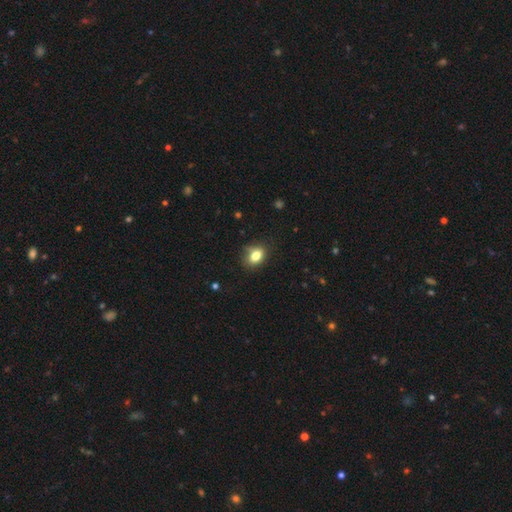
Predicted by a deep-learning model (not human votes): Morphology: type=smooth (80%); roundness=in between (66%); merging=none (70%).